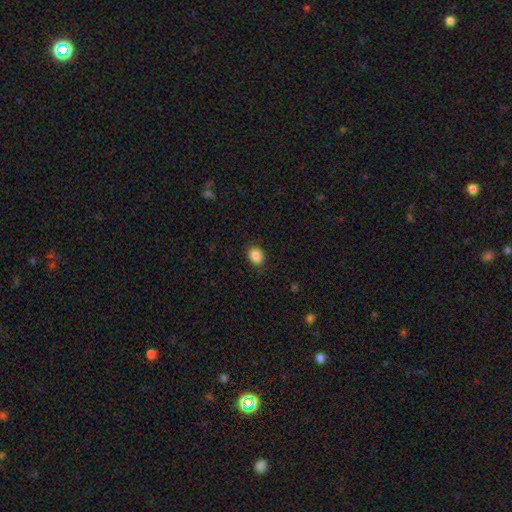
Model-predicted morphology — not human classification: A smooth galaxy with no disk features (87%) that is in between round and cigar-shaped (51%). Merging: none (87%).